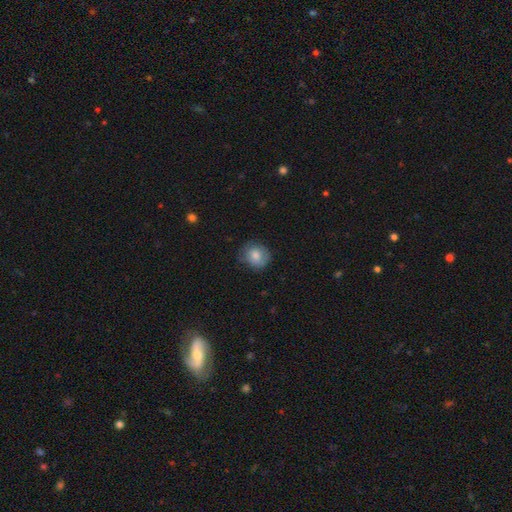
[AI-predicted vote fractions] A smooth galaxy with no disk features (77%) that is round (80%).

Vote fractions:
- Smooth or featured? smooth: 77% / featured or disk: 15% / star or artifact: 8%
- How rounded? round: 80% / in between: 19% / cigar-shaped: 1%
- Merging? none: 71% / minor disturbance: 22% / major disturbance: 6% / merger: 1%